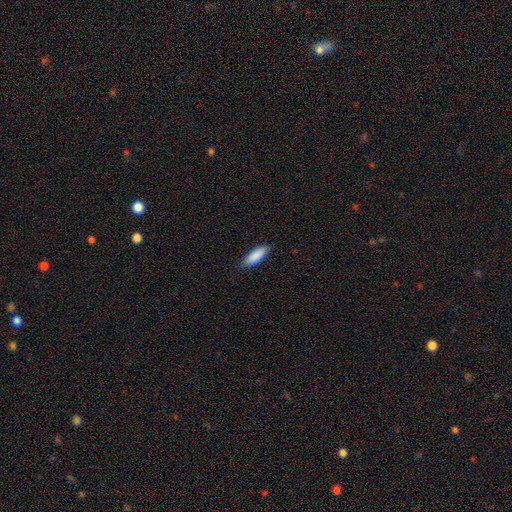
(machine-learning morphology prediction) A smooth galaxy with no disk features (88%) that is cigar-shaped (51%).

Vote fractions:
- Smooth or featured? smooth: 88% / featured or disk: 6% / star or artifact: 6%
- How rounded? cigar-shaped: 51% / in between: 48% / round: 1%
- Merging? none: 85% / minor disturbance: 12% / major disturbance: 2% / merger: 1%